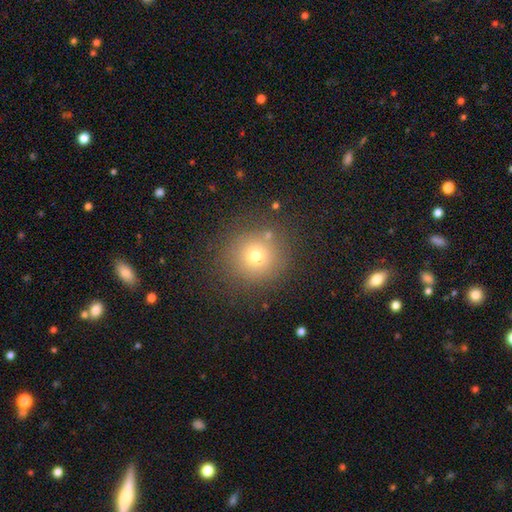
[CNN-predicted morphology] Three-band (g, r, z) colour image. It shows a smooth galaxy with no disk features (70%) that is round (93%). Merging: none (83%).